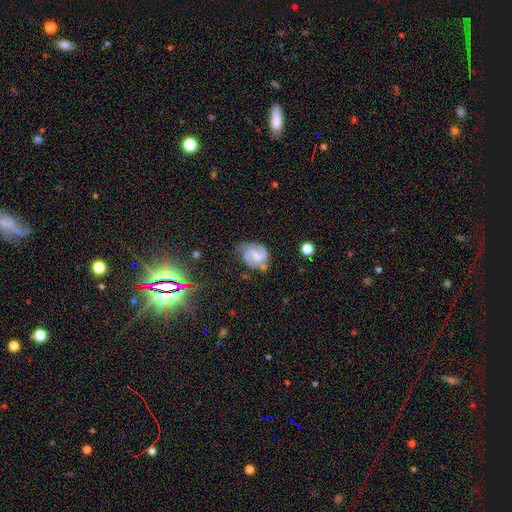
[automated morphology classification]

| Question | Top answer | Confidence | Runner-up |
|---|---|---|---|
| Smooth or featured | featured or disk | 81% | smooth (12%) |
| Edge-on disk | no | 98% | yes (2%) |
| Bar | weak | 53% | no (27%) |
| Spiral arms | yes | 96% | no (4%) |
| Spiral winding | medium | 54% | tight (30%) |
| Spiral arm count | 2 | 88% | can't tell (5%) |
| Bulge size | small | 49% | moderate (36%) |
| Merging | none | 67% | minor disturbance (22%) |